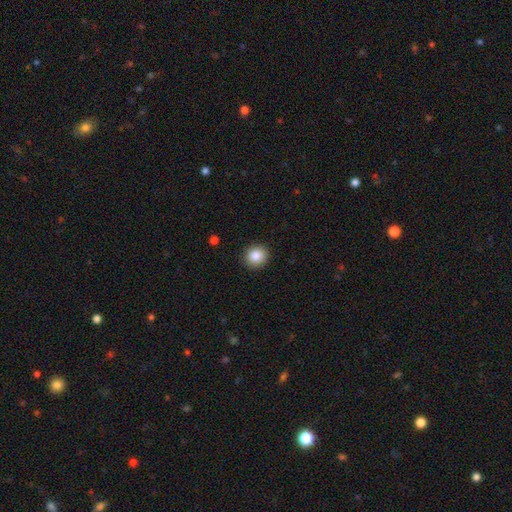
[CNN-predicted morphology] smooth 86%, star or artifact 9%, featured or disk 5%. Down the decision tree: how rounded — round (87%); merging — none (91%).